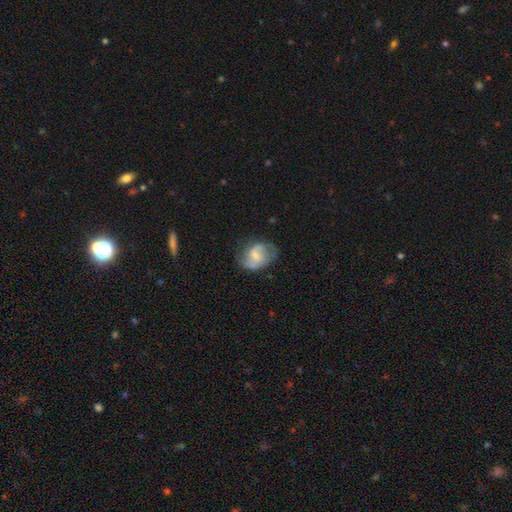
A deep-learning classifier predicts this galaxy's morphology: featured or disk 60%, smooth 33%, star or artifact 7%. Down the decision tree: edge-on disk — no (97%); bar — weak (51%); spiral arms — yes (81%); bulge size — small (45%); merging — none (57%).